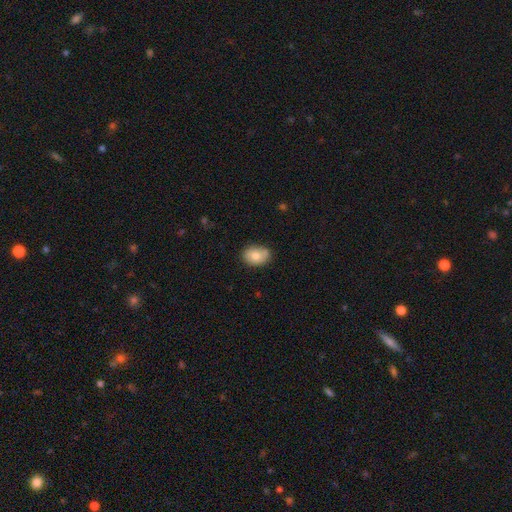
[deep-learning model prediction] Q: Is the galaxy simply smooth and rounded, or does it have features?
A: smooth — 75%.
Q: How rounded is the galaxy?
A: in between — 69%.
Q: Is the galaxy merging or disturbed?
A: none — 71%.